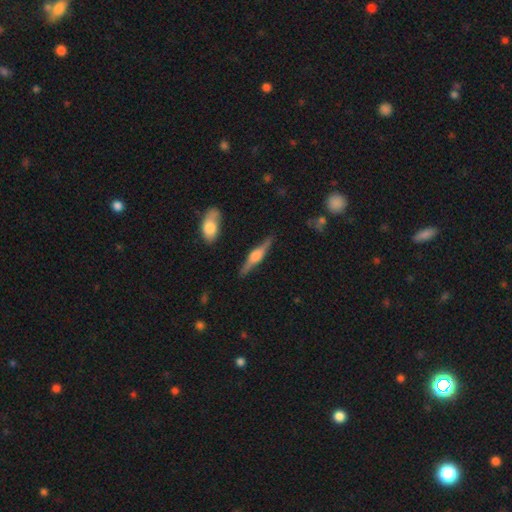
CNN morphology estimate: Smooth or featured? Predicted: featured or disk (p=0.75). Edge-on disk? Predicted: yes (p=0.97). Edge-on bulge? Predicted: rounded (p=0.81). Merging? Predicted: none (p=0.86).